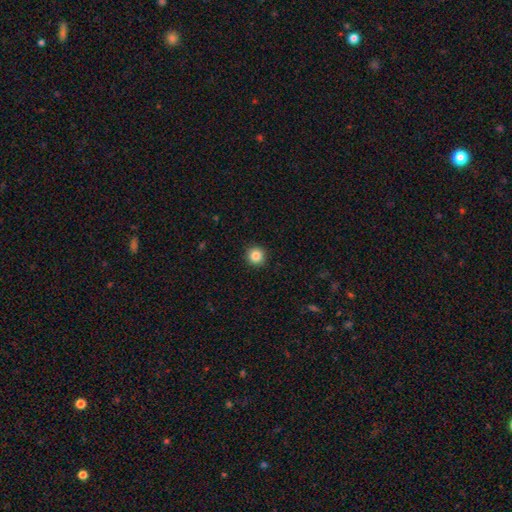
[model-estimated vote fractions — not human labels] A smooth galaxy with no disk features (86%) that is round (95%).

Vote fractions:
- Smooth or featured? smooth: 86% / star or artifact: 10% / featured or disk: 4%
- How rounded? round: 95% / in between: 4% / cigar-shaped: 1%
- Merging? none: 93% / minor disturbance: 5% / major disturbance: 2% / merger: 1%